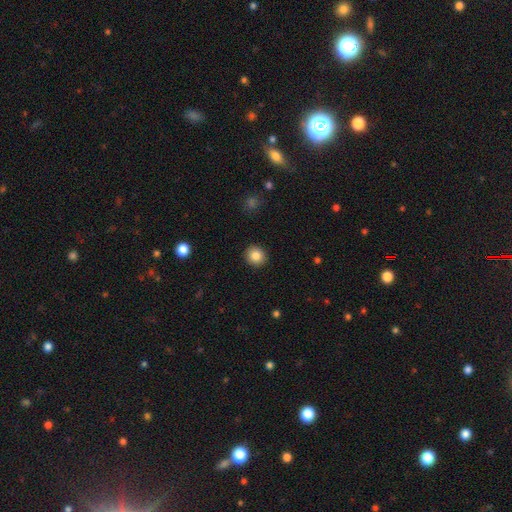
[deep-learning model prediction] Q: Smooth or featured?
A: smooth (85%); runner-up: star or artifact (9%)
Q: How rounded?
A: round (90%); runner-up: in between (9%)
Q: Merging?
A: none (92%); runner-up: minor disturbance (5%)